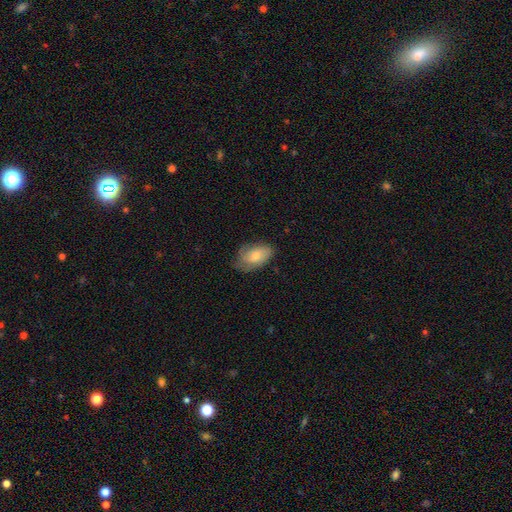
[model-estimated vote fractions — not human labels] smooth 64%, featured or disk 29%, star or artifact 7%. Down the decision tree: how rounded — in between (90%); merging — none (65%).